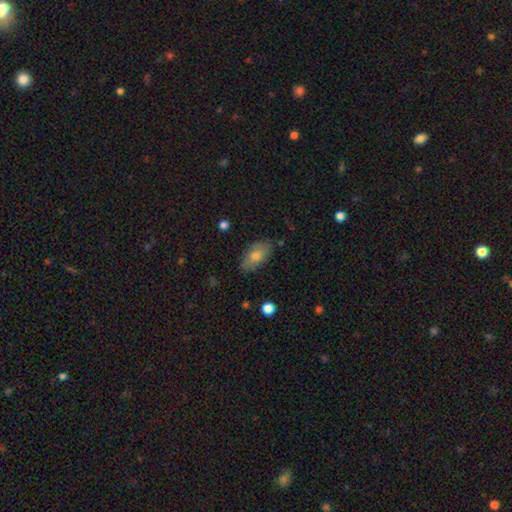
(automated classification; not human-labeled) This is likely a smooth galaxy (68%). How rounded: clearly in between (90%). Merging: likely none (80%).